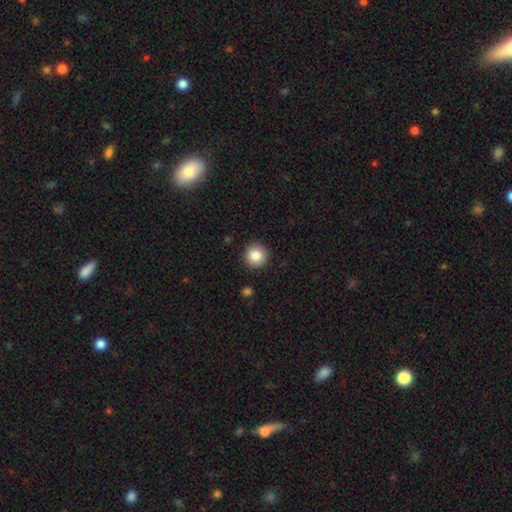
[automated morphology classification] smooth_or_featured: smooth (p=0.87) [alt: star or artifact p=0.09]
how_rounded: round (p=0.95) [alt: in between p=0.04]
merging: none (p=0.91) [alt: minor disturbance p=0.05]